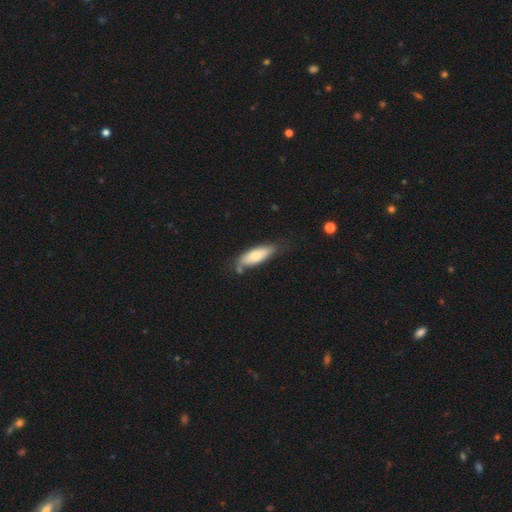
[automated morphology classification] smooth 76%, featured or disk 18%, star or artifact 6%. Down the decision tree: how rounded — in between (58%); merging — none (61%).